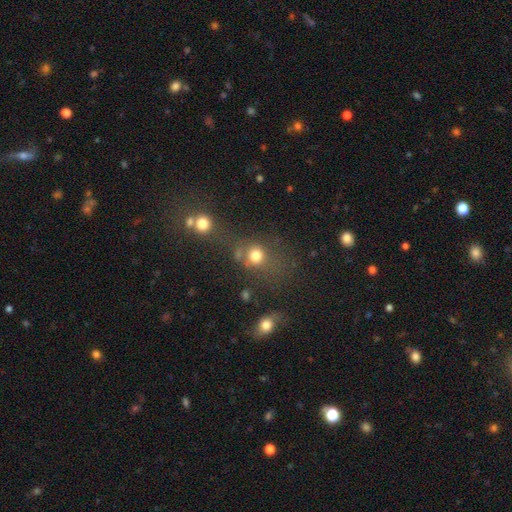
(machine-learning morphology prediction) Overall: smooth (74%). How rounded: round (76%). Merging: none (48%; merger 26%).